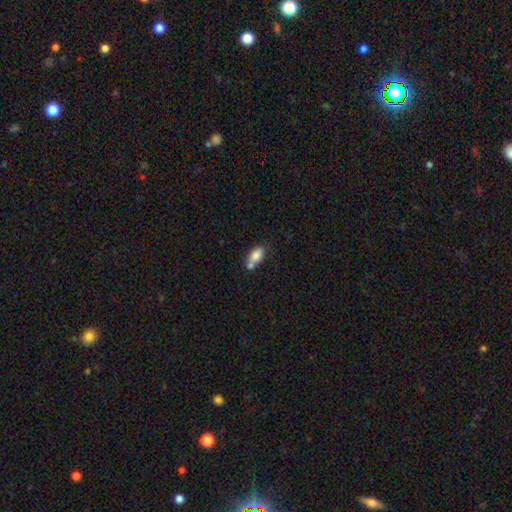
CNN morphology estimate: Overall: smooth (80%). How rounded: in between (88%). Merging: none (41%; merger 38%).